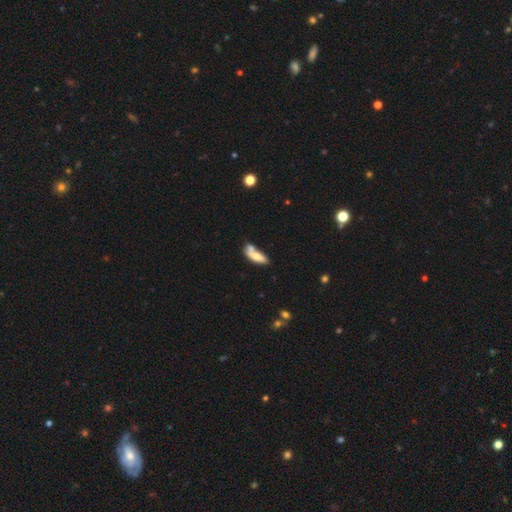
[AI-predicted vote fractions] This appears to be a smooth galaxy with no disk features (67%) that is in between round and cigar-shaped (59%). Merging: merger (41%).